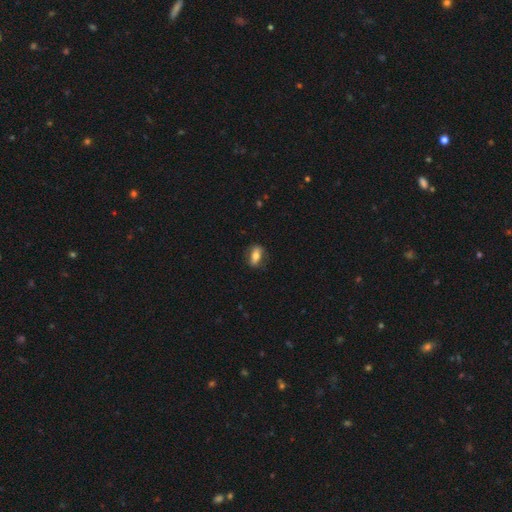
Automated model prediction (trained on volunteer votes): smooth_or_featured: smooth (p=0.64) [alt: featured or disk p=0.29]
how_rounded: in between (p=0.76) [alt: cigar-shaped p=0.15]
merging: none (p=0.80) [alt: minor disturbance p=0.15]